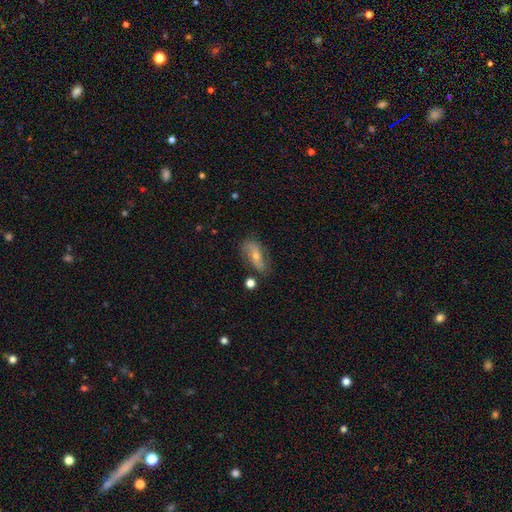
smooth-or-featured: featured or disk: 72% | smooth: 20% | star or artifact: 8%
  disk-edge-on: no: 90% | yes: 10%
    bar: no: 54% | strong: 31% | weak: 15%
    has-spiral-arms: yes: 96% | no: 4%
      spiral-winding: loose: 40% | medium: 32% | tight: 28%
      spiral-arm-count: 2: 80% | can't tell: 16% | 1: 4% | 3: 0% | 4: 0% | more than 4: 0%
    bulge-size: moderate: 62% | small: 38% | dominant: 0% | large: 0% | none: 0%
  merging: none: 73% | minor disturbance: 27% | major disturbance: 0% | merger: 0%